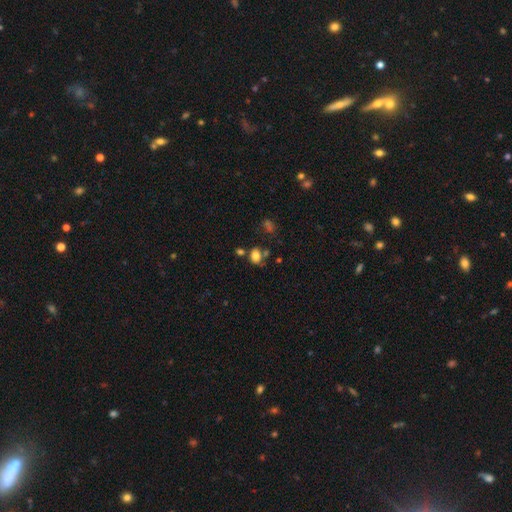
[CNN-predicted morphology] Q: Smooth or featured?
A: smooth (77%); runner-up: star or artifact (13%)
Q: How rounded?
A: in between (62%); runner-up: round (37%)
Q: Merging?
A: none (52%); runner-up: minor disturbance (21%)